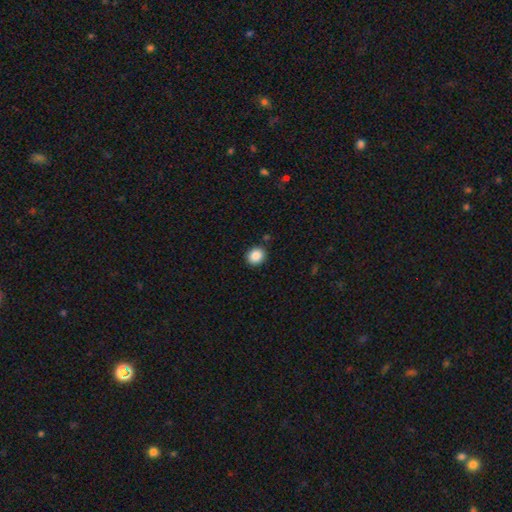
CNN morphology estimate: Smooth or featured: smooth — 88% (star or artifact — 9%)
How rounded: round — 72% (in between — 27%)
Merging: none — 88% (minor disturbance — 7%)